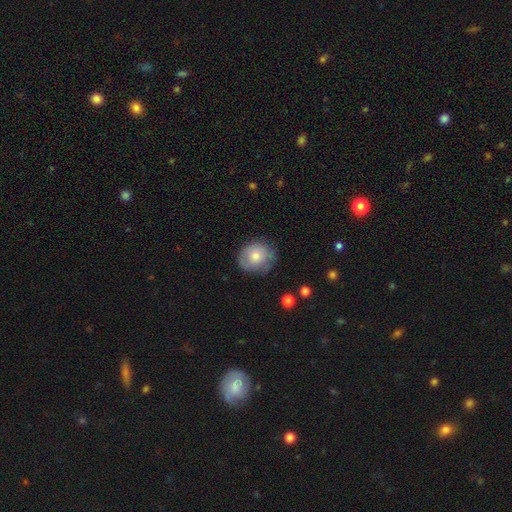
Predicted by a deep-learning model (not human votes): Smooth or featured?
  - smooth: 67% *
  - featured or disk: 25%
  - star or artifact: 8%
How rounded?
  - round: 75% *
  - in between: 24%
  - cigar-shaped: 1%
Merging?
  - none: 73% *
  - minor disturbance: 21%
  - major disturbance: 5%
  - merger: 1%